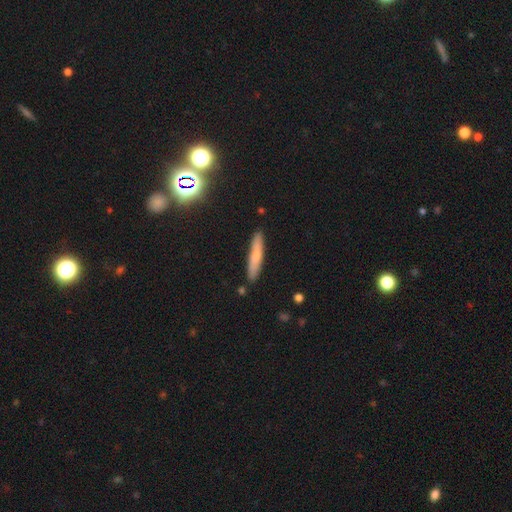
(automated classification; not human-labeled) smooth_or_featured: smooth (p=0.68) [alt: featured or disk p=0.25]
how_rounded: cigar-shaped (p=0.91) [alt: in between p=0.08]
merging: none (p=0.87) [alt: minor disturbance p=0.09]